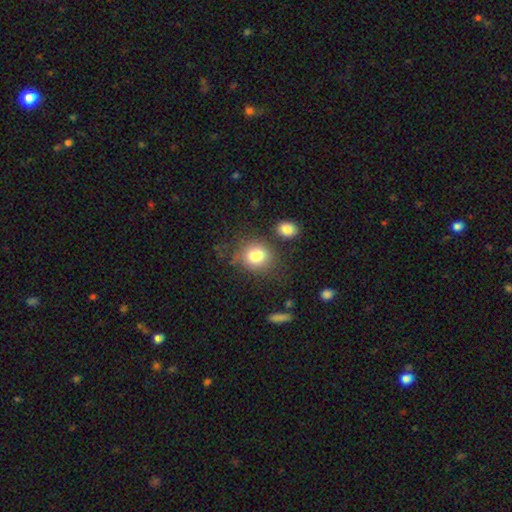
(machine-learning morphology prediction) smooth 82%, star or artifact 10%, featured or disk 9%. Down the decision tree: how rounded — round (75%); merging — none (70%).